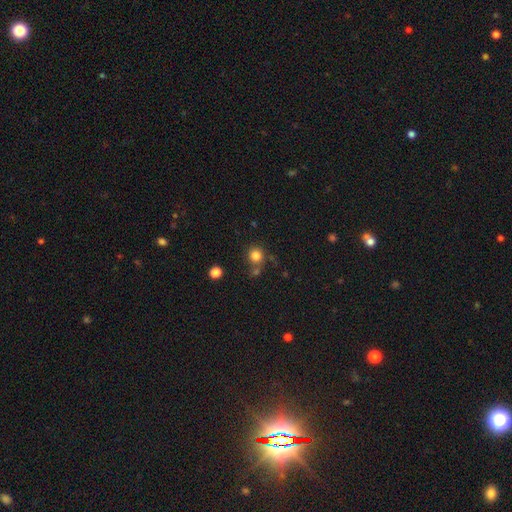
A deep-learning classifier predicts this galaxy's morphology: Smooth or featured? smooth (82%)
How rounded? round (90%)
Merging? none (69%)